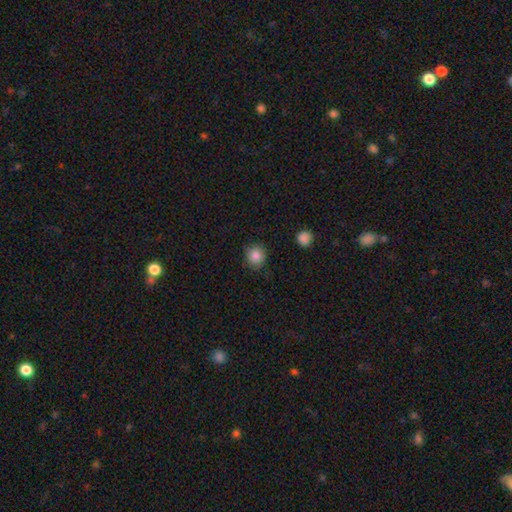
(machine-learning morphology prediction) smooth-or-featured: smooth: 84% | star or artifact: 10% | featured or disk: 6%
  how-rounded: round: 86% | in between: 13% | cigar-shaped: 1%
  merging: none: 87% | minor disturbance: 10% | major disturbance: 2% | merger: 1%